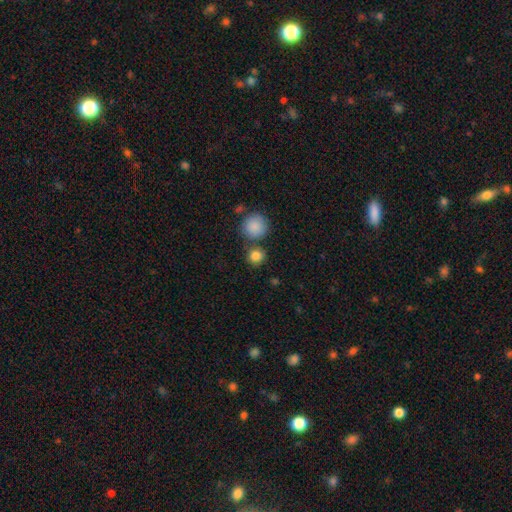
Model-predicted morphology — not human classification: Smooth or featured? Predicted: smooth (p=0.84). How rounded? Predicted: round (p=0.88). Merging? Predicted: none (p=0.71).